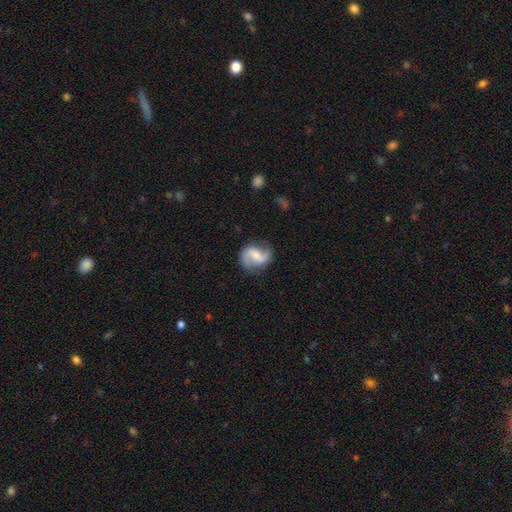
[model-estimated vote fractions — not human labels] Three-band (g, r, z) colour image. It shows a featured or disk galaxy (83%) with a weak bar (48%), 2 (92%) loose (48%) spiral arms (96%) and a small central bulge (35%, tied with moderate). Merging: none (77%).